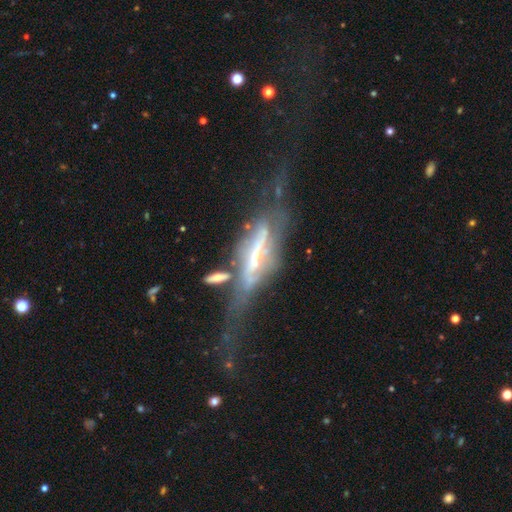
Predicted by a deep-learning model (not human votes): Smooth or featured: featured or disk — 79% (smooth — 14%)
Edge-on disk: yes — 77% (no — 23%)
Edge-on bulge: rounded — 46% (boxy — 32%)
Merging: none — 37% (major disturbance — 32%)